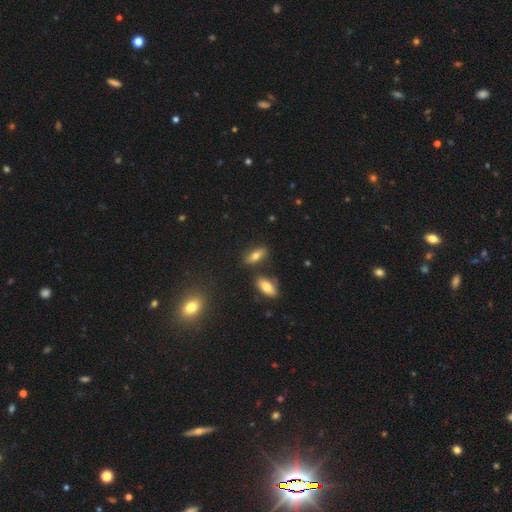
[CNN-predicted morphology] smooth 73%, featured or disk 17%, star or artifact 10%. Down the decision tree: how rounded — in between (75%); merging — none (76%).